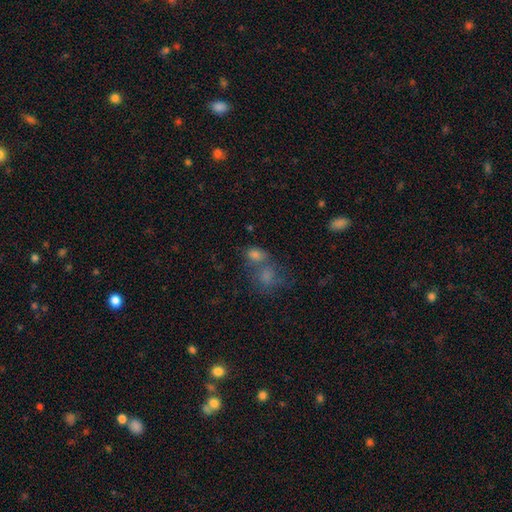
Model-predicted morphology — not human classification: Smooth or featured? Predicted: smooth (p=0.64). How rounded? Predicted: in between (p=0.56). Merging? Predicted: merger (p=0.47).